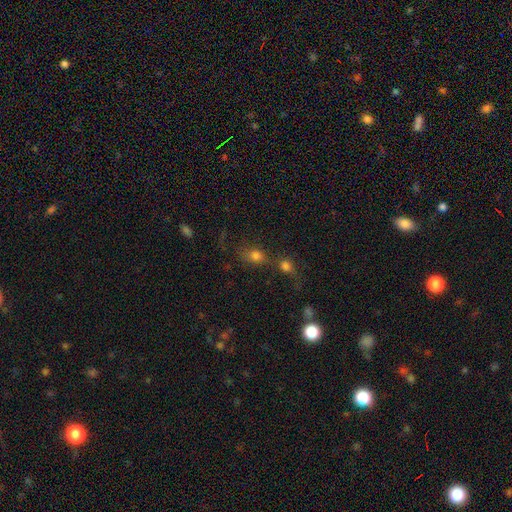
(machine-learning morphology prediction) A smooth galaxy with no disk features (74%) that is in between round and cigar-shaped (50%). Merging: merger (43%).